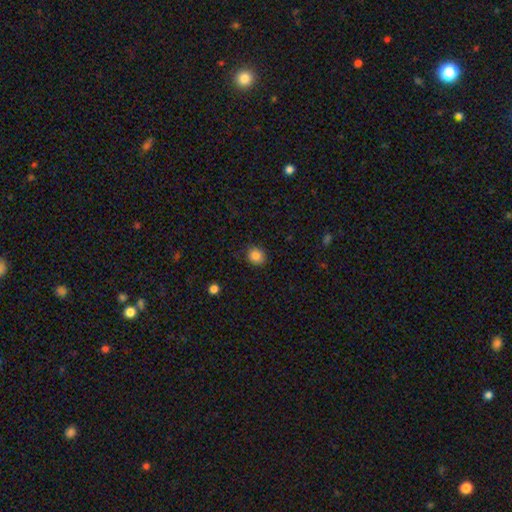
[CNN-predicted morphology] A smooth galaxy with no disk features (86%) that is round (78%).

Vote fractions:
- Smooth or featured? smooth: 86% / star or artifact: 10% / featured or disk: 4%
- How rounded? round: 78% / in between: 22% / cigar-shaped: 1%
- Merging? none: 85% / minor disturbance: 11% / major disturbance: 3% / merger: 1%